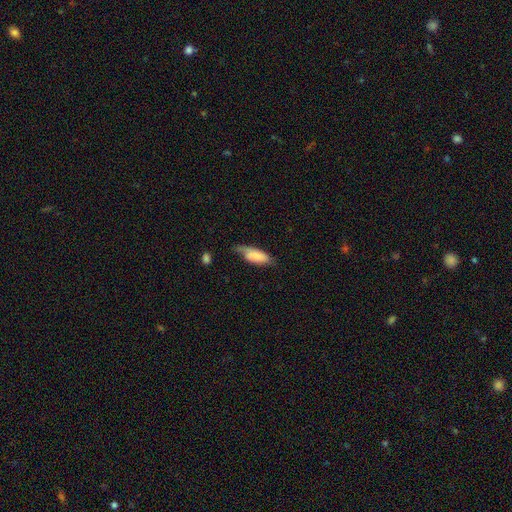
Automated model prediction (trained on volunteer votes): This appears to be a smooth galaxy with no disk features (74%) that is in between round and cigar-shaped (75%). Merging: minor disturbance (40%, tied with none).